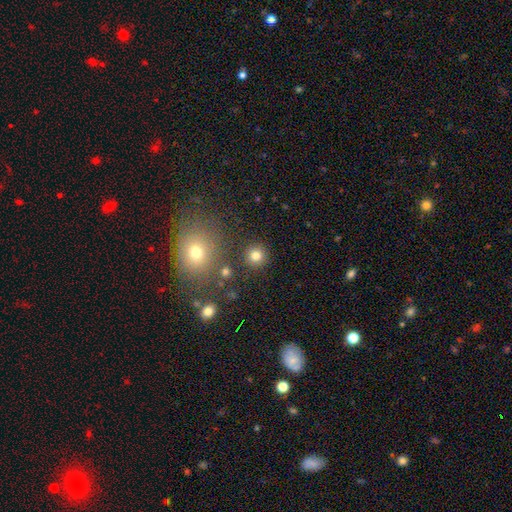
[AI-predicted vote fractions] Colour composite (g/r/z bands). It shows a smooth galaxy with no disk features (81%) that is round (94%). Merging: none (89%).